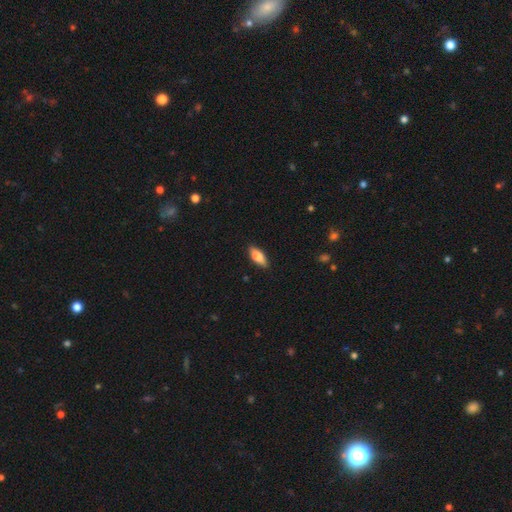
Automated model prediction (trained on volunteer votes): smooth 78%, featured or disk 16%, star or artifact 6%. Down the decision tree: how rounded — in between (75%); merging — none (87%).